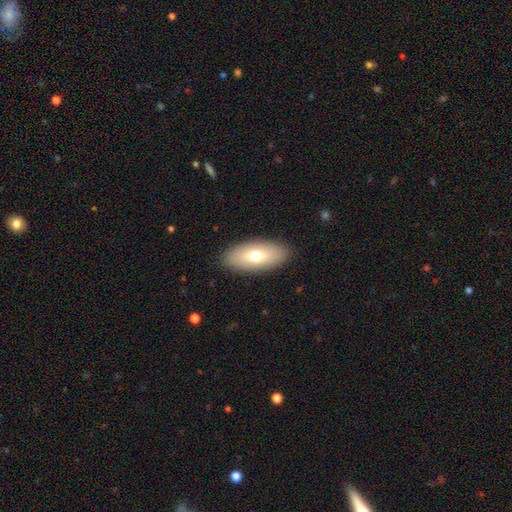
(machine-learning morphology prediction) A smooth galaxy with no disk features (69%) that is in between round and cigar-shaped (86%).

Vote fractions:
- Smooth or featured? smooth: 69% / featured or disk: 24% / star or artifact: 7%
- How rounded? in between: 86% / cigar-shaped: 11% / round: 3%
- Merging? none: 89% / minor disturbance: 8% / major disturbance: 2% / merger: 1%